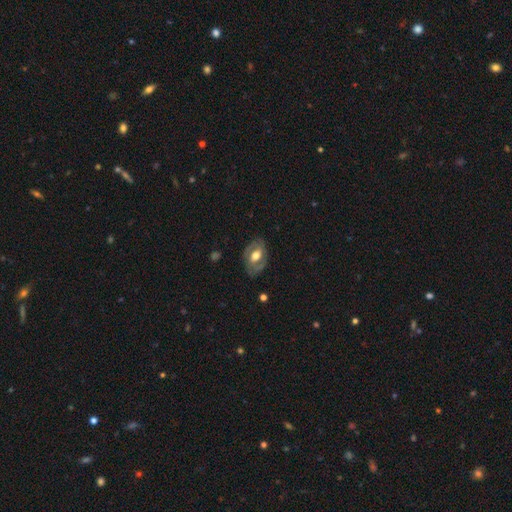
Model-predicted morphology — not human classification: A featured or disk galaxy (63%) with no bar (48%), spiral arms (60%) and a moderate central bulge (64%). Merging: none (75%).